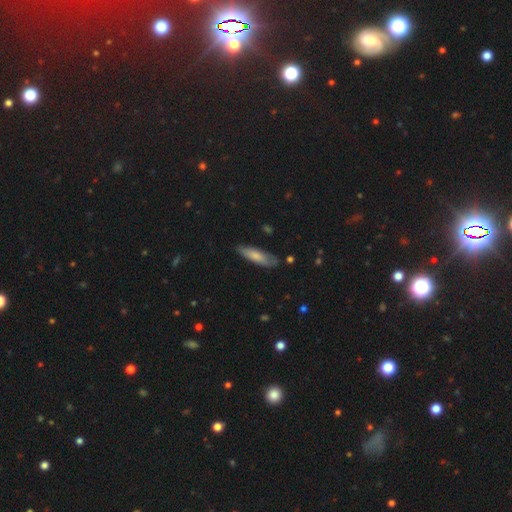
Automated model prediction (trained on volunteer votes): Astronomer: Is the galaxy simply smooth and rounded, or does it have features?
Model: smooth — 72%.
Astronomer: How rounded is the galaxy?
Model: cigar-shaped — 59% (runner-up: in between, 40%).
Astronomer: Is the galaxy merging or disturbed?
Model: none — 74%.